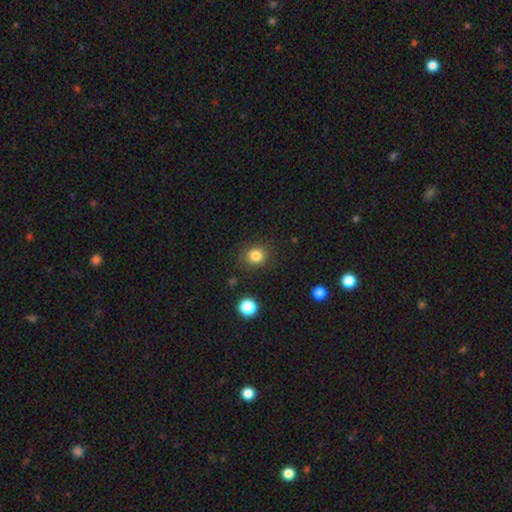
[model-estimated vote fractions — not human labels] This appears to be a smooth galaxy with no disk features (83%) that is round (85%). Merging: none (87%).